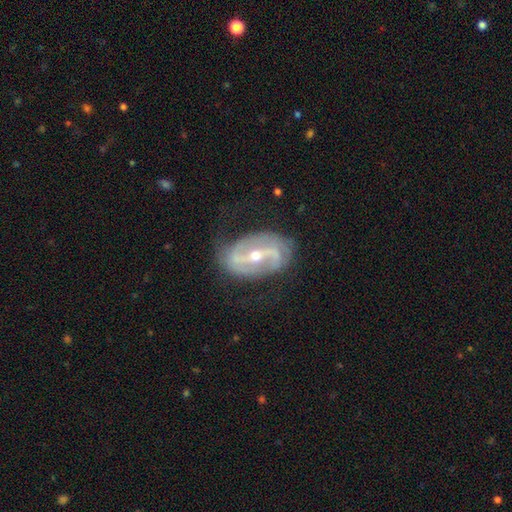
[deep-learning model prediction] featured or disk 88%, smooth 7%, star or artifact 5%. Down the decision tree: edge-on disk — no (96%); bar — strong (51%); spiral arms — yes (92%); spiral arm count — 2 (88%); spiral winding — medium (41%); bulge size — small (49%); merging — none (72%).